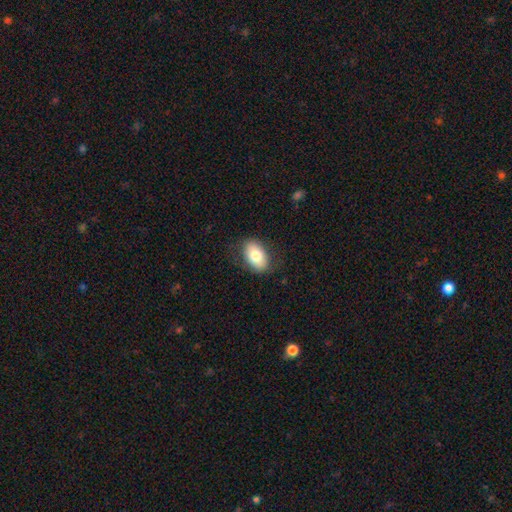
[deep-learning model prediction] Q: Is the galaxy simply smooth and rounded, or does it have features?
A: smooth — 78%.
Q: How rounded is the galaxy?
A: in between — 90%.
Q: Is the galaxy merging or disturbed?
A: none — 81%.